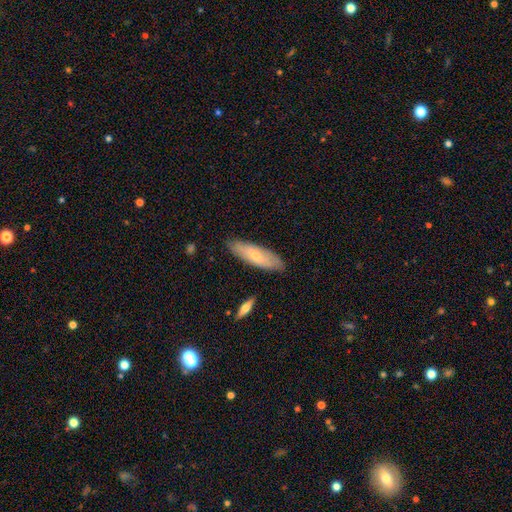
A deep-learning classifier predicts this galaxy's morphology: Smooth or featured?
  - smooth: 65% *
  - featured or disk: 29%
  - star or artifact: 6%
How rounded?
  - cigar-shaped: 51% *
  - in between: 47%
  - round: 2%
Merging?
  - none: 83% *
  - minor disturbance: 13%
  - major disturbance: 2%
  - merger: 2%